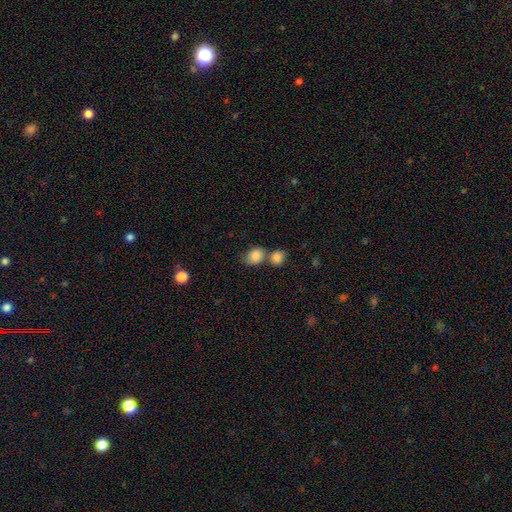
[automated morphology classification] Smooth or featured: smooth — 84% (star or artifact — 9%)
How rounded: in between — 52% (round — 47%)
Merging: none — 43% (merger — 42%)